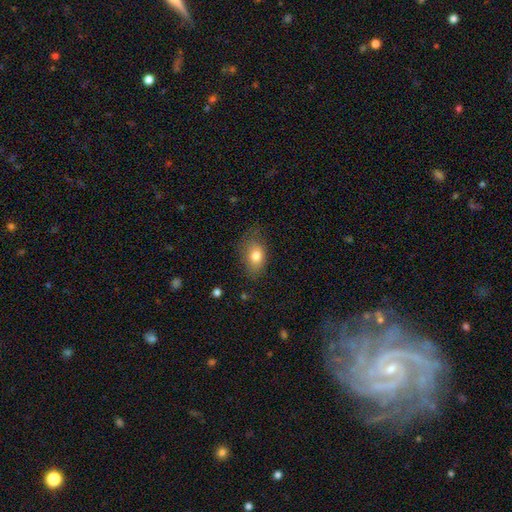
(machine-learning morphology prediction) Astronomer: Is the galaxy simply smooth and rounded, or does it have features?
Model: smooth — 79%.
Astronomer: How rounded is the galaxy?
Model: in between — 83%.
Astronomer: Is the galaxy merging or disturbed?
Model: none — 64%.